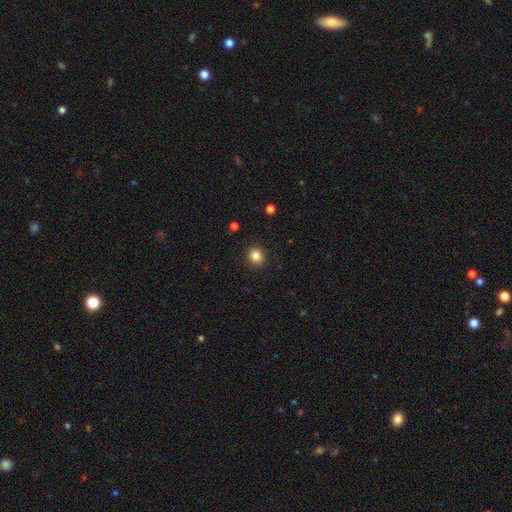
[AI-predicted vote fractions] smooth_or_featured: smooth (p=0.84) [alt: star or artifact p=0.11]
how_rounded: round (p=0.84) [alt: in between p=0.15]
merging: none (p=0.91) [alt: minor disturbance p=0.06]